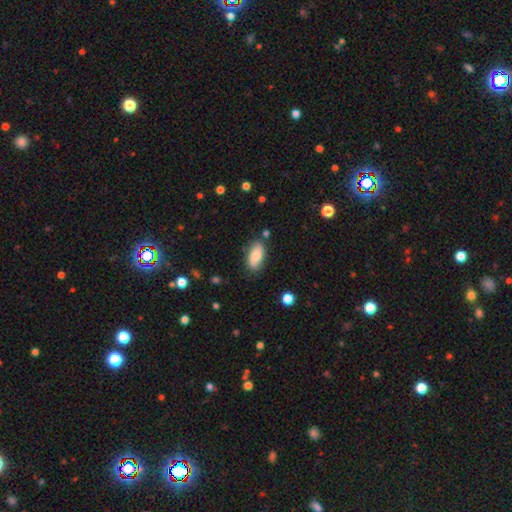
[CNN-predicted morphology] Smooth or featured?
  - smooth: 78% *
  - featured or disk: 15%
  - star or artifact: 7%
How rounded?
  - in between: 90% *
  - cigar-shaped: 7%
  - round: 3%
Merging?
  - none: 77% *
  - minor disturbance: 17%
  - major disturbance: 4%
  - merger: 3%